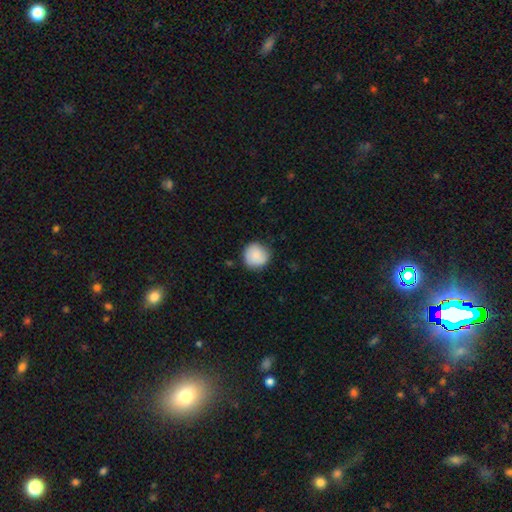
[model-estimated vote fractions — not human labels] smooth_or_featured: smooth (p=0.83) [alt: featured or disk p=0.09]
how_rounded: round (p=0.93) [alt: in between p=0.06]
merging: none (p=0.81) [alt: minor disturbance p=0.15]